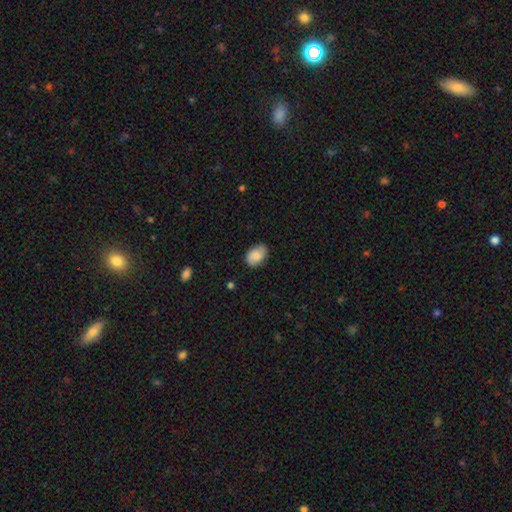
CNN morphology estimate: A smooth galaxy with no disk features (78%) that is in between round and cigar-shaped (82%). Merging: none (78%).